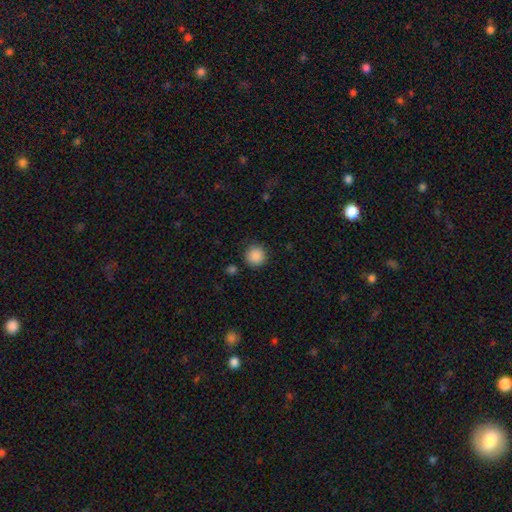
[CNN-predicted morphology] Smooth or featured? smooth (88%)
How rounded? round (94%)
Merging? none (88%)